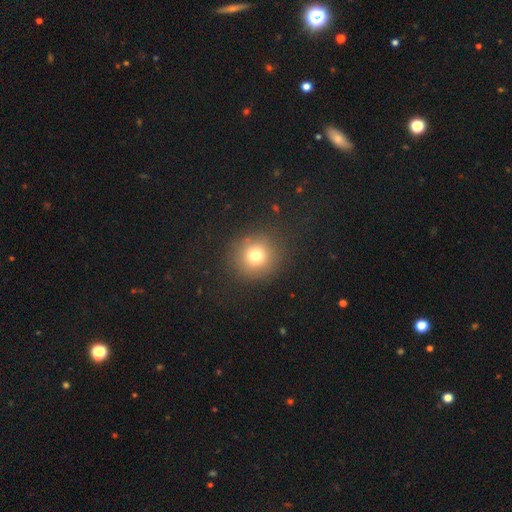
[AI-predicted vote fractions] smooth-or-featured: smooth: 74% | star or artifact: 16% | featured or disk: 10%
  how-rounded: round: 91% | in between: 8% | cigar-shaped: 1%
  merging: none: 87% | minor disturbance: 7% | major disturbance: 4% | merger: 1%